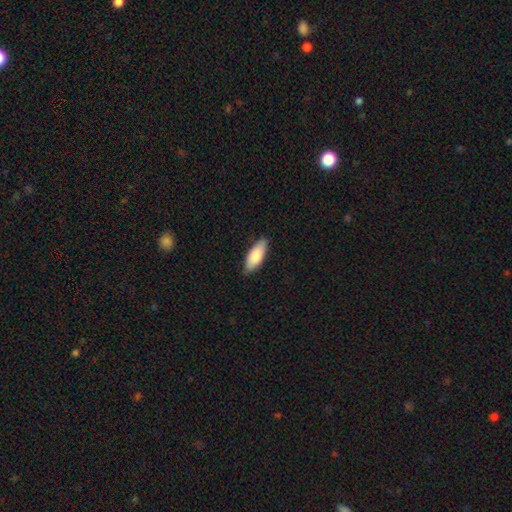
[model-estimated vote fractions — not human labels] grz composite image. It shows a smooth galaxy with no disk features (84%) that is in between round and cigar-shaped (77%). Merging: none (83%).